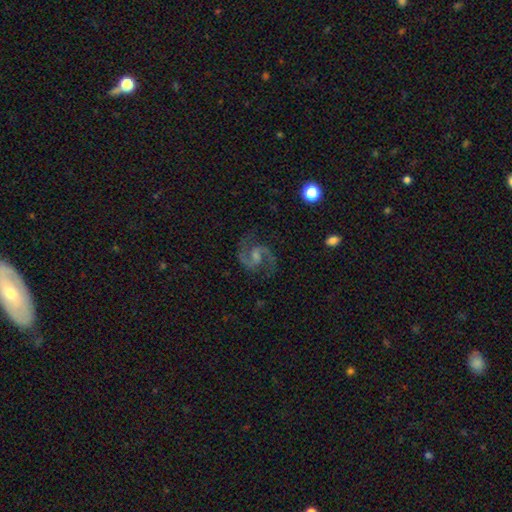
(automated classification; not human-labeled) A featured or disk galaxy (92%) with a weak bar (51%), 2 (94%) medium (67%) spiral arms (98%) and a small central bulge (44%). Merging: none (83%).